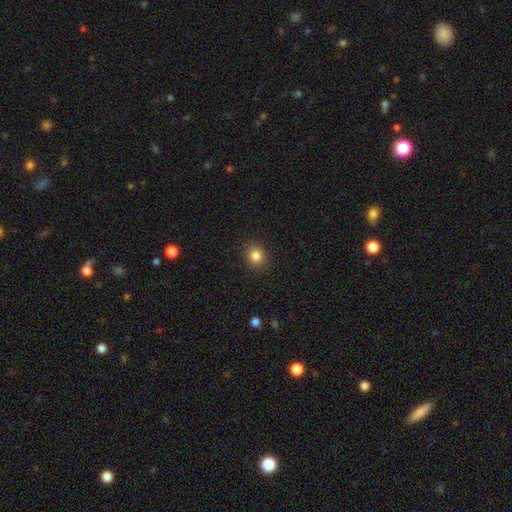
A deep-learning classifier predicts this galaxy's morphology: Smooth or featured? Predicted: smooth (p=0.83). How rounded? Predicted: round (p=0.80). Merging? Predicted: none (p=0.90).